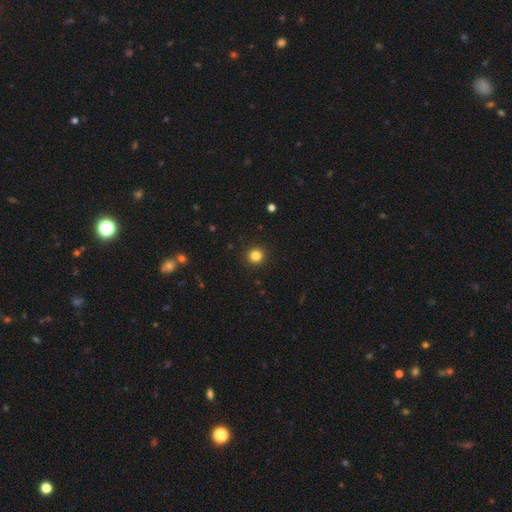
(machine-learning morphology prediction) Smooth or featured? Predicted: smooth (p=0.84). How rounded? Predicted: round (p=0.93). Merging? Predicted: none (p=0.92).